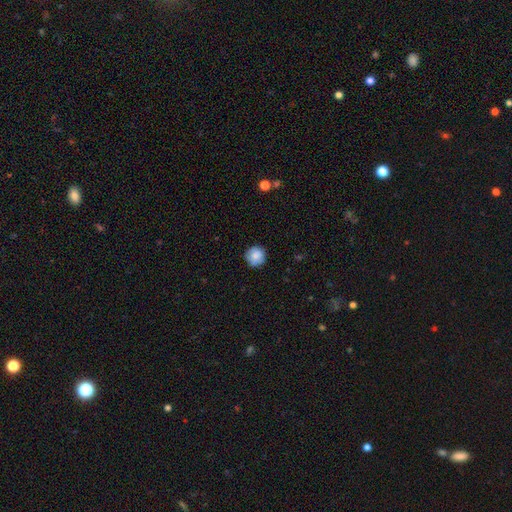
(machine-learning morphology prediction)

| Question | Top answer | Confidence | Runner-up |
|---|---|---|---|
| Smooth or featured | smooth | 83% | featured or disk (9%) |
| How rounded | round | 94% | in between (5%) |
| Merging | none | 84% | minor disturbance (13%) |